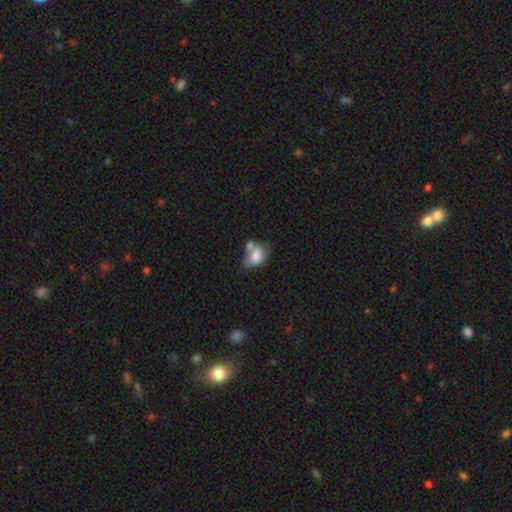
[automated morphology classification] This appears to be a smooth galaxy with no disk features (69%) that is in between round and cigar-shaped (78%). Merging: merger (46%).